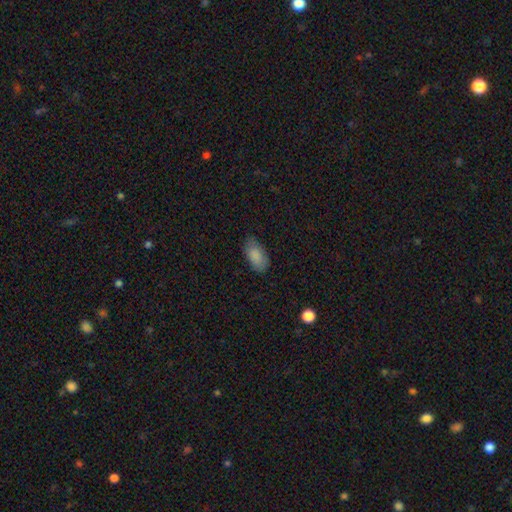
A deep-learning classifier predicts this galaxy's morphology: Q: Smooth or featured?
A: smooth (86%); runner-up: featured or disk (7%)
Q: How rounded?
A: in between (94%); runner-up: round (3%)
Q: Merging?
A: none (72%); runner-up: minor disturbance (22%)